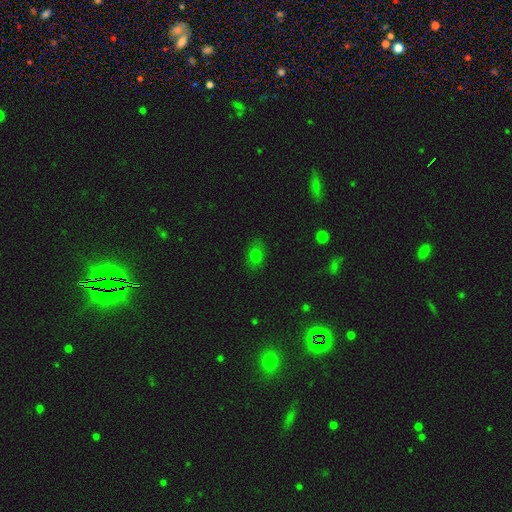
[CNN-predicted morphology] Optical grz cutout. It shows a smooth galaxy with no disk features (73%) that is in between round and cigar-shaped (64%). Merging: none (81%).